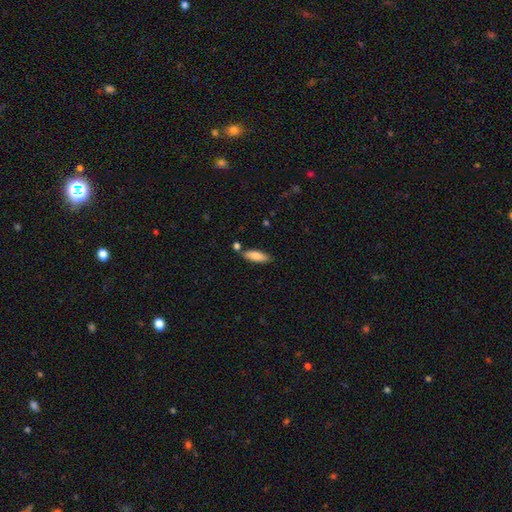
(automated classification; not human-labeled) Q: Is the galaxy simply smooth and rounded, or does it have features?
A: smooth — 83%.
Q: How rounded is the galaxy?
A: in between — 60%.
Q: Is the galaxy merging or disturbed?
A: none — 78%.